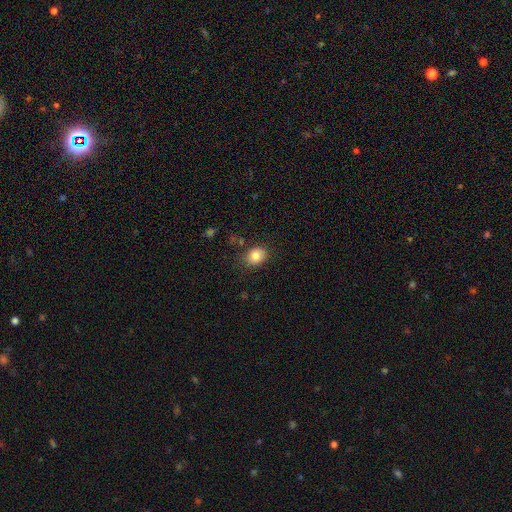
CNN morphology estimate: A smooth galaxy with no disk features (83%) that is in between round and cigar-shaped (56%). Merging: none (80%).